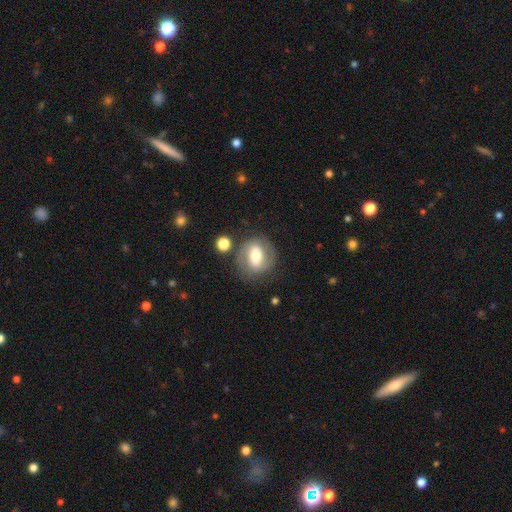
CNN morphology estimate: Overall: featured or disk (52%; smooth 41%). Edge-on disk: no (94%). Merging: none (75%).